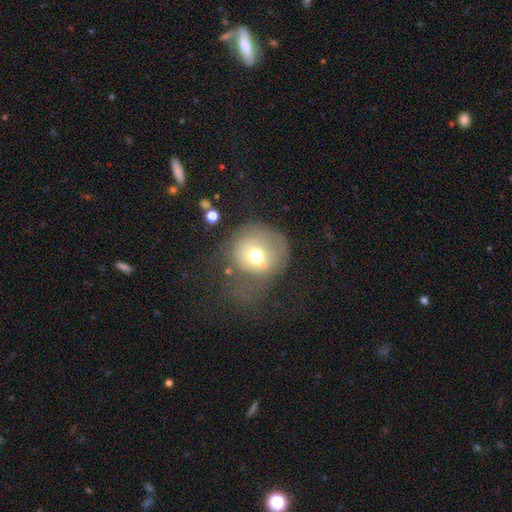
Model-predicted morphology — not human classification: The model was most divided on "merging": major disturbance: 36%, none: 34%, minor disturbance: 24%, merger: 6%. More confident: how rounded — round (84%); smooth or featured — smooth (63%).